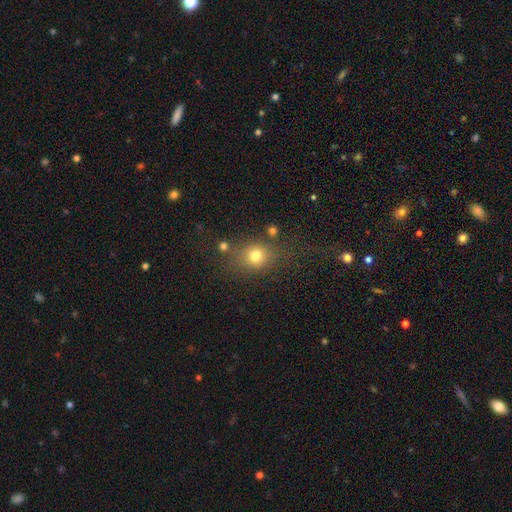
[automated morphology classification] smooth_or_featured: smooth (p=0.76) [alt: star or artifact p=0.15]
how_rounded: round (p=0.71) [alt: in between p=0.27]
merging: none (p=0.68) [alt: minor disturbance p=0.15]